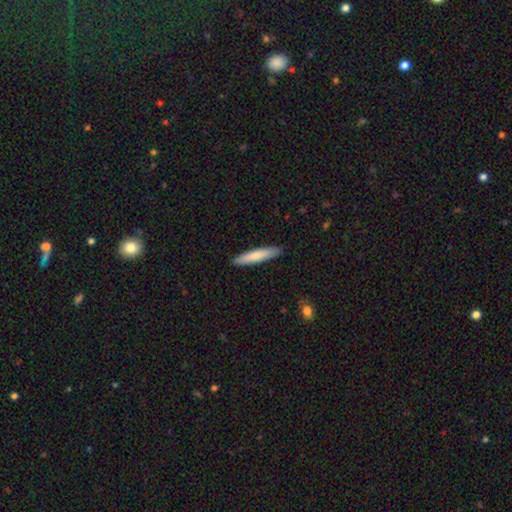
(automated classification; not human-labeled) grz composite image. It shows a smooth galaxy with no disk features (78%) that is cigar-shaped (90%). Merging: none (91%).